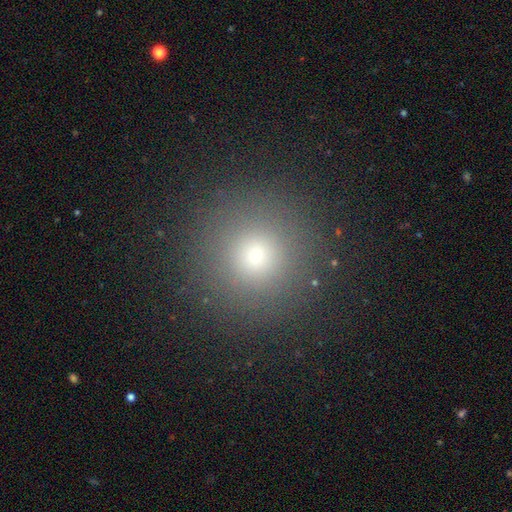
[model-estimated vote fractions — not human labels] Smooth or featured? smooth (72%)
How rounded? round (95%)
Merging? none (89%)